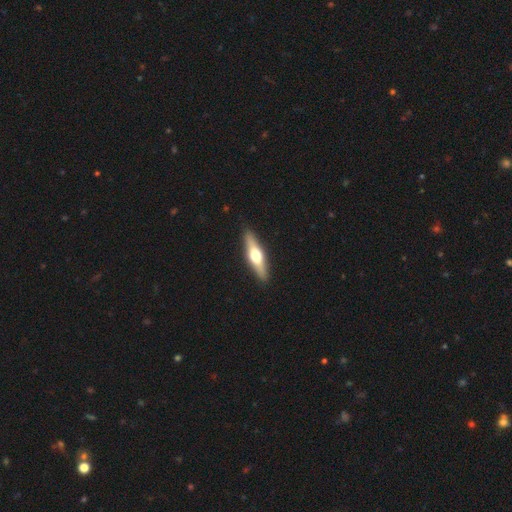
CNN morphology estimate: Smooth or featured?
  - featured or disk: 57% *
  - smooth: 38%
  - star or artifact: 5%
Edge-on disk?
  - yes: 93% *
  - no: 7%
Edge-on bulge?
  - rounded: 94% *
  - boxy: 3%
  - none: 2%
Merging?
  - none: 90% *
  - minor disturbance: 7%
  - major disturbance: 2%
  - merger: 1%